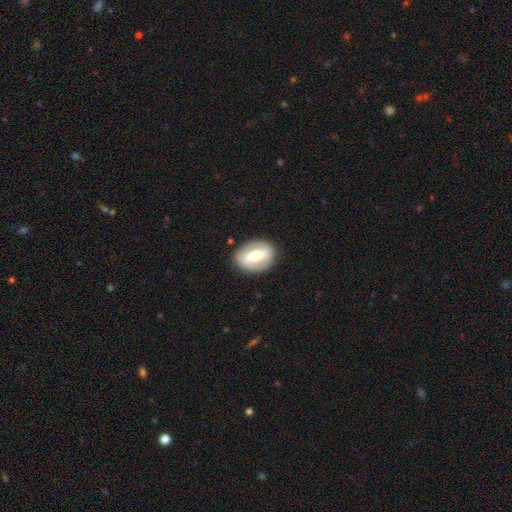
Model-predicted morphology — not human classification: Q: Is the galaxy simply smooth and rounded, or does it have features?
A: featured or disk — 63%.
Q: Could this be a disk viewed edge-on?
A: no — 90%.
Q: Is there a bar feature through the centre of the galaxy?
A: strong — 65%.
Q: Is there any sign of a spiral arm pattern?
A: no — 57%.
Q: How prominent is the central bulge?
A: moderate — 61%.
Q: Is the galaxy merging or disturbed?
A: none — 85%.